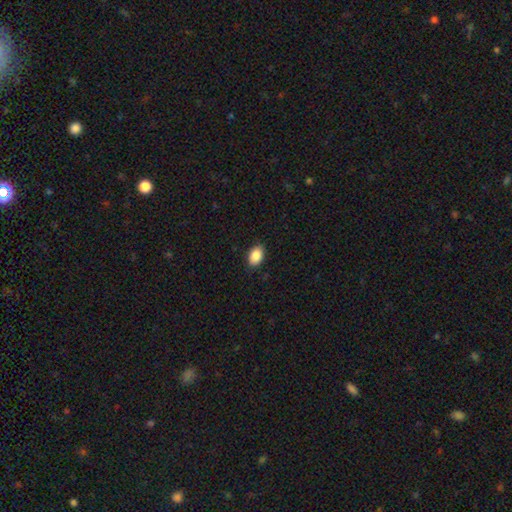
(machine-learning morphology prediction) A smooth galaxy with no disk features (89%) that is in between round and cigar-shaped (85%). Merging: none (87%).